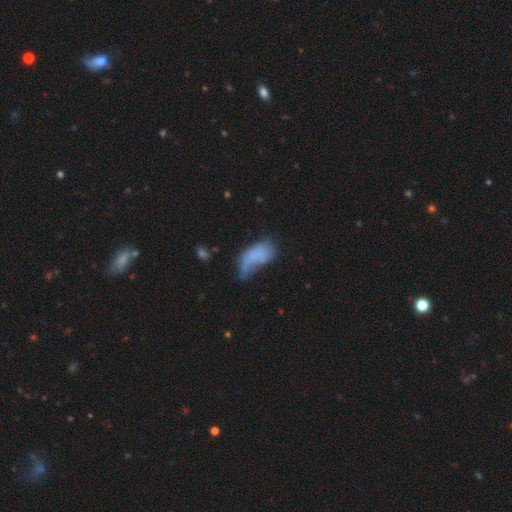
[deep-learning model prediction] smooth 65%, featured or disk 25%, star or artifact 10%. Down the decision tree: how rounded — in between (89%); merging — major disturbance (42%).